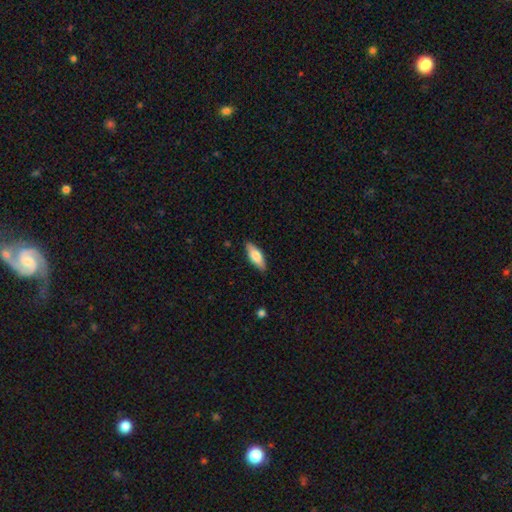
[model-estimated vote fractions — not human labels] Q: Smooth or featured?
A: smooth (69%); runner-up: featured or disk (26%)
Q: How rounded?
A: in between (66%); runner-up: cigar-shaped (31%)
Q: Merging?
A: none (87%); runner-up: minor disturbance (10%)